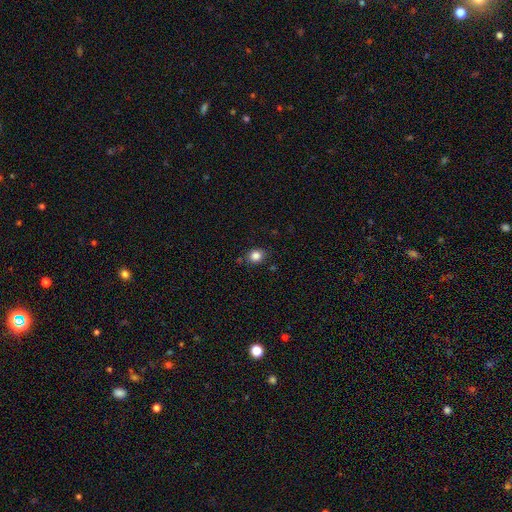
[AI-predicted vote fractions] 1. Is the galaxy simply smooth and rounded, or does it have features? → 84% smooth, 11% star or artifact, 5% featured or disk.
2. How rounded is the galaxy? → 67% round, 32% in between, 1% cigar-shaped.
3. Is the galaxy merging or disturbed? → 82% none, 12% minor disturbance, 3% major disturbance, 3% merger.